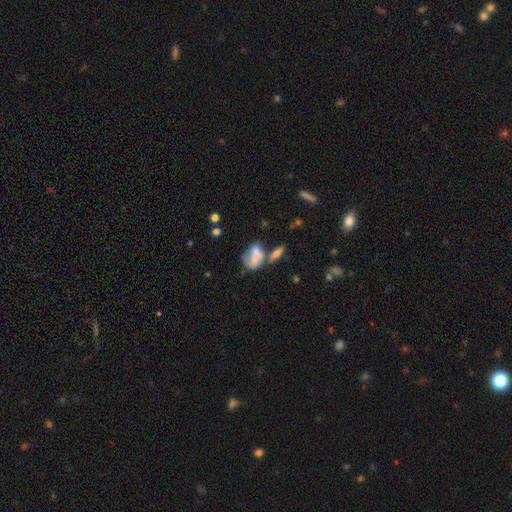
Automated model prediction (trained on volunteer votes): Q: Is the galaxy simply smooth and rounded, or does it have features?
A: smooth — 53%.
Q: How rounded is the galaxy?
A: in between — 77%.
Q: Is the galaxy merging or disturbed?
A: merger — 48%.